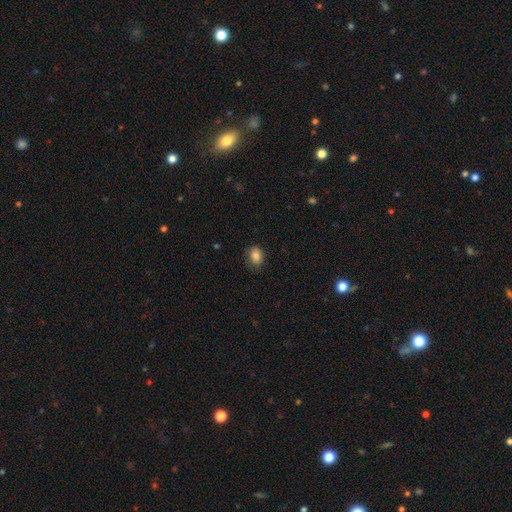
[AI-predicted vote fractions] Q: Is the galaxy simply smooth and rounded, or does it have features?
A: smooth — 85%.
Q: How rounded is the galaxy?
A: in between — 65%.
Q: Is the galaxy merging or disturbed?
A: none — 75%.